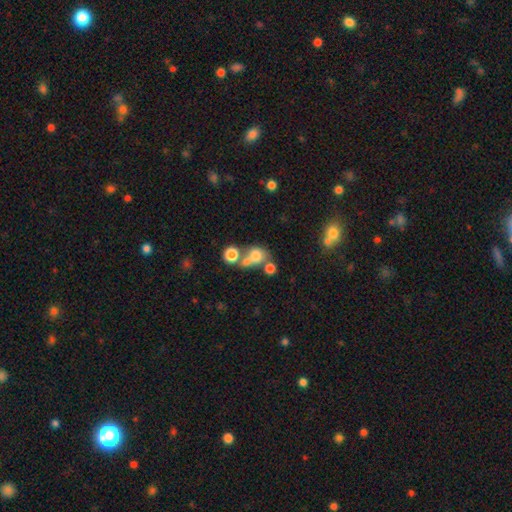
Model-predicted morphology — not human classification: The model was most divided on "merging": merger: 46%, none: 35%, minor disturbance: 10%, major disturbance: 9%. More confident: smooth or featured — smooth (68%); how rounded — round (66%).